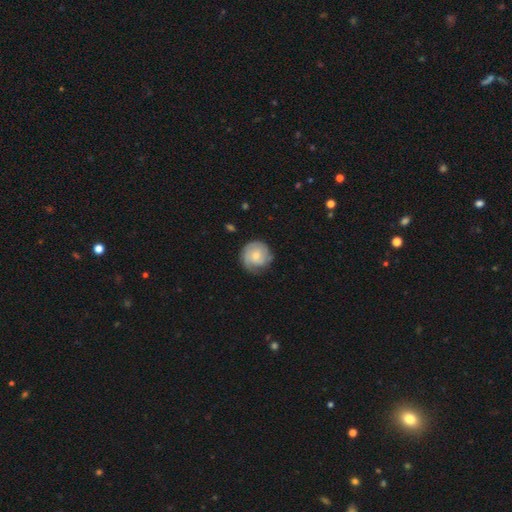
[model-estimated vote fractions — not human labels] Q: Smooth or featured?
A: featured or disk (63%); runner-up: smooth (31%)
Q: Edge-on disk?
A: no (98%); runner-up: yes (2%)
Q: Bar?
A: no (75%); runner-up: weak (22%)
Q: Spiral arms?
A: yes (92%); runner-up: no (8%)
Q: Spiral winding?
A: tight (65%); runner-up: medium (27%)
Q: Spiral arm count?
A: can't tell (30%); runner-up: 2 (29%)
Q: Bulge size?
A: small (52%); runner-up: moderate (41%)
Q: Merging?
A: none (74%); runner-up: minor disturbance (19%)